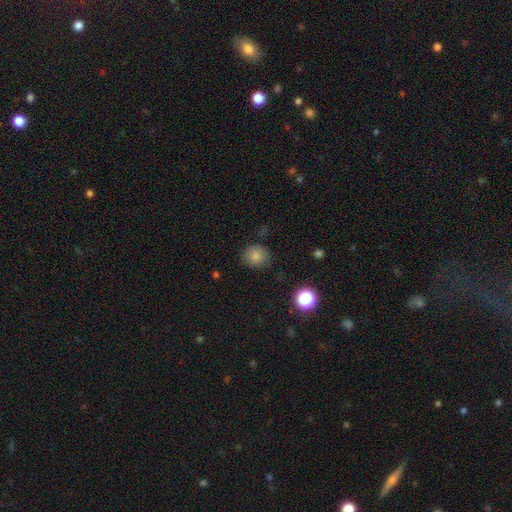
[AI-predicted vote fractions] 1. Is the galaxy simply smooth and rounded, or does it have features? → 82% smooth, 13% star or artifact, 5% featured or disk.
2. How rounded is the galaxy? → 85% round, 14% in between, 1% cigar-shaped.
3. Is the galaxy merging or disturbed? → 84% none, 11% minor disturbance, 3% major disturbance, 2% merger.